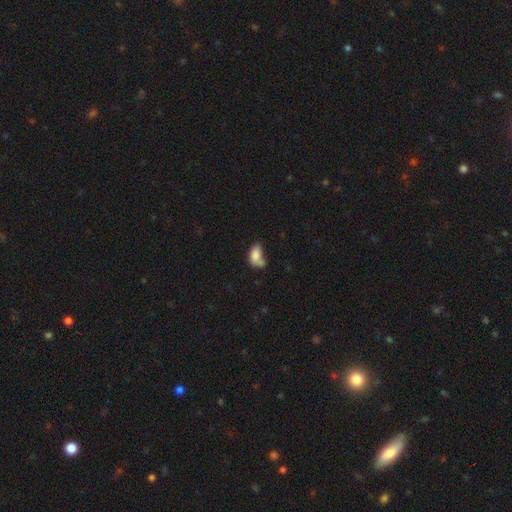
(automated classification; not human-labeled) Smooth or featured?
  - smooth: 78% *
  - featured or disk: 12%
  - star or artifact: 9%
How rounded?
  - in between: 89% *
  - round: 8%
  - cigar-shaped: 3%
Merging?
  - none: 29% *
  - merger: 28%
  - minor disturbance: 24%
  - major disturbance: 18%